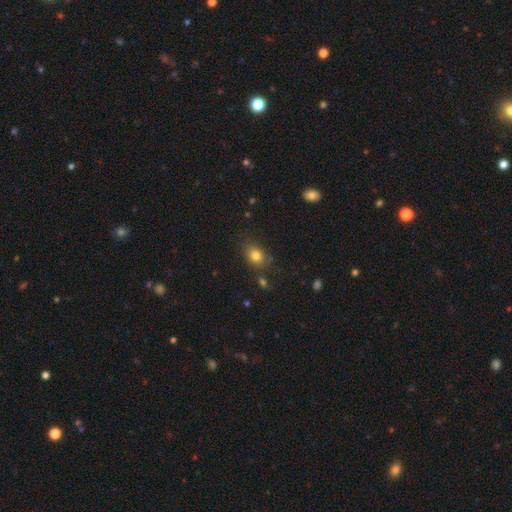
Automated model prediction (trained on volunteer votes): A smooth galaxy with no disk features (79%) that is in between round and cigar-shaped (54%).

Vote fractions:
- Smooth or featured? smooth: 79% / star or artifact: 12% / featured or disk: 8%
- How rounded? in between: 54% / round: 45% / cigar-shaped: 1%
- Merging? none: 76% / minor disturbance: 16% / major disturbance: 4% / merger: 4%